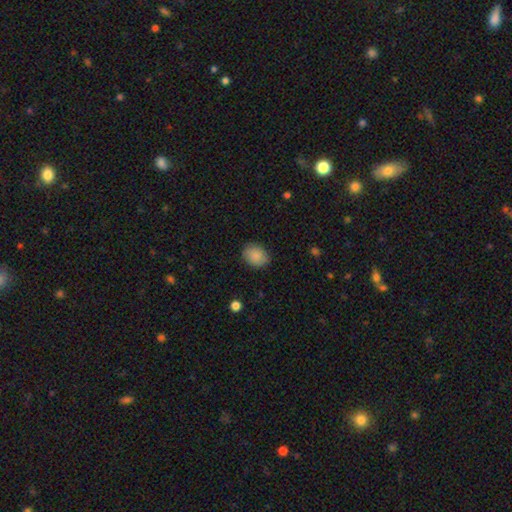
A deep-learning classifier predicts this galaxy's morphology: smooth-or-featured: smooth: 88% | star or artifact: 7% | featured or disk: 5%
  how-rounded: in between: 56% | round: 43% | cigar-shaped: 1%
  merging: none: 86% | minor disturbance: 11% | major disturbance: 3% | merger: 1%